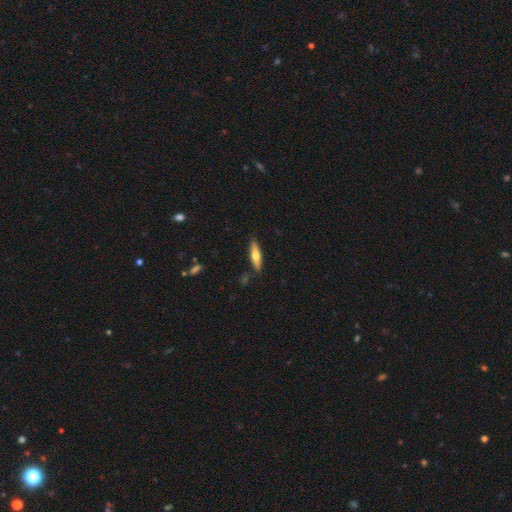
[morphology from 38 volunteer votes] smooth_or_featured: smooth (p=0.68) [alt: featured or disk p=0.29]
how_rounded: cigar-shaped (p=0.77) [alt: in between p=0.19]
merging: none (p=0.89) [alt: minor disturbance p=0.05]